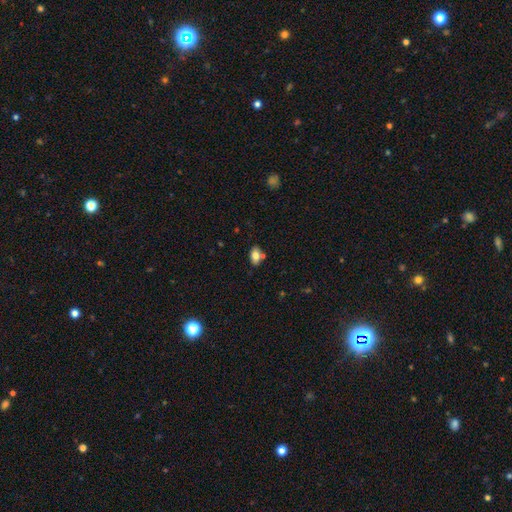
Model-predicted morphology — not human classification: The model was most divided on "merging": none: 67%, merger: 15%, minor disturbance: 14%, major disturbance: 3%. More confident: how rounded — in between (88%); smooth or featured — smooth (77%).